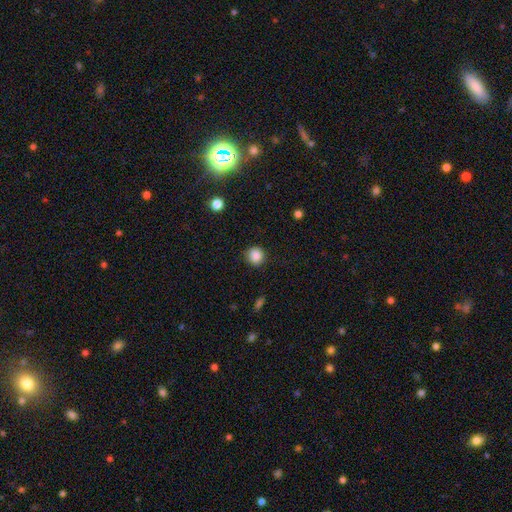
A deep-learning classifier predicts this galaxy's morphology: This appears to be a smooth galaxy with no disk features (87%) that is round (90%). Merging: none (88%).